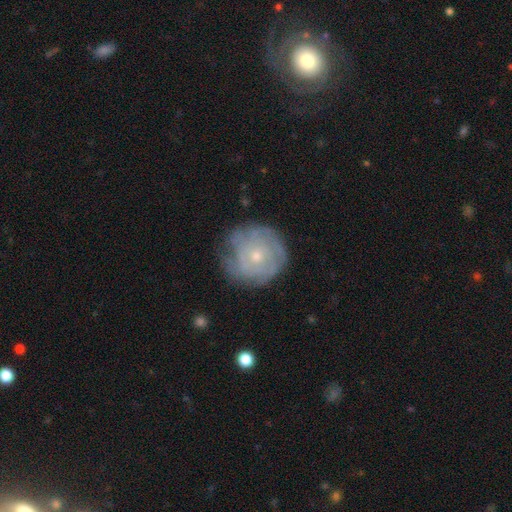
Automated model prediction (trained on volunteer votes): Morphology: type=featured or disk (62%); edge-on=no (97%); bar=no (85%); spiral arms=yes (71%); bulge=small (65%); merging=none (69%).